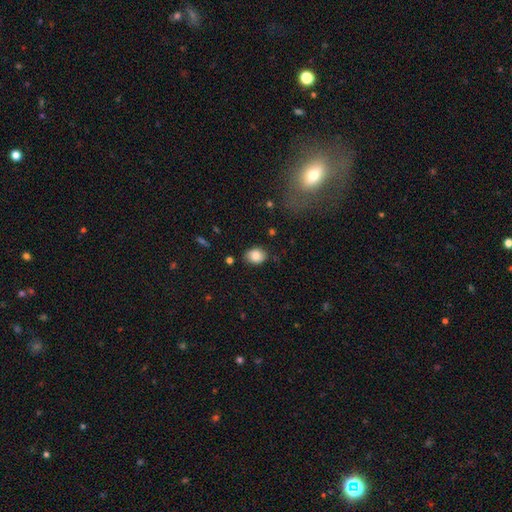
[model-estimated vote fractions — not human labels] This appears to be a smooth galaxy with no disk features (85%) that is in between round and cigar-shaped (58%). Merging: none (82%).